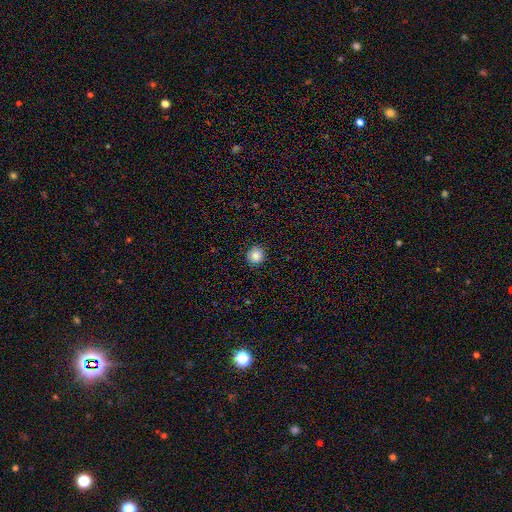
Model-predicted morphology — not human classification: Overall: smooth (86%). How rounded: round (94%). Merging: none (91%).